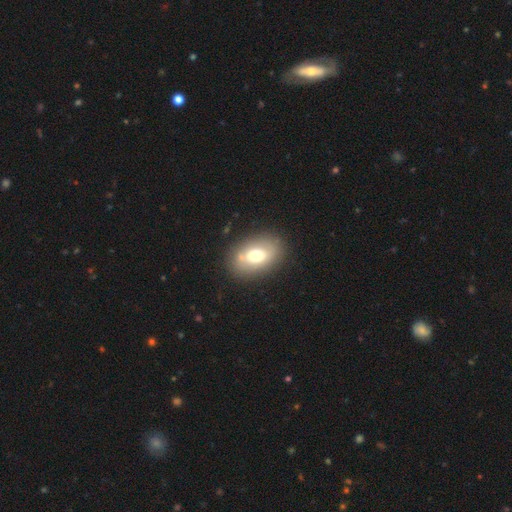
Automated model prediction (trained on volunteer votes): A smooth galaxy with no disk features (65%) that is in between round and cigar-shaped (85%). Merging: none (78%).